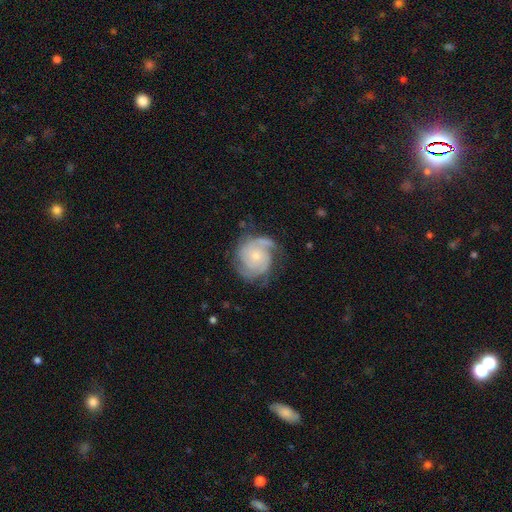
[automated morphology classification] This appears to be a featured or disk galaxy (81%) with no bar (76%), 2 (34%) tight (59%) spiral arms (95%) and a small central bulge (66%). Merging: none (67%).